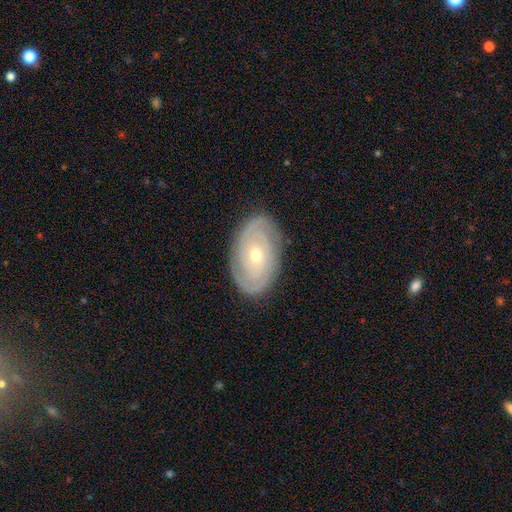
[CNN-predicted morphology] The model was most divided on "bulge size": small: 59%, moderate: 38%, large: 1%, dominant: 1%, none: 1%. More confident: edge-on disk — no (95%); spiral arms — yes (93%); merging — none (85%); smooth or featured — featured or disk (82%); bar — no (77%); spiral winding — tight (76%); spiral arm count — 2 (55%).